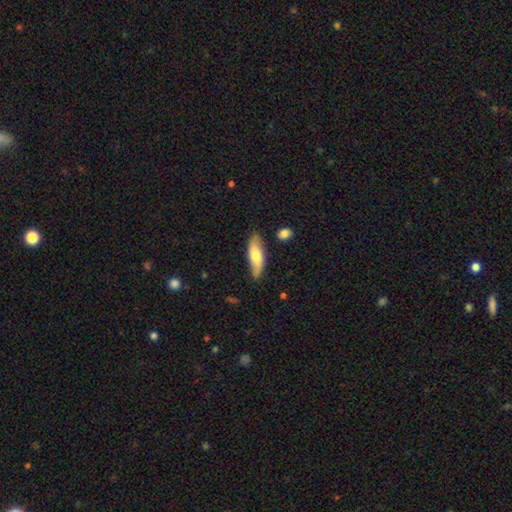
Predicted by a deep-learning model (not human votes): Smooth or featured?
  - smooth: 63% *
  - featured or disk: 31%
  - star or artifact: 6%
How rounded?
  - in between: 57% *
  - cigar-shaped: 40%
  - round: 3%
Merging?
  - none: 80% *
  - minor disturbance: 15%
  - merger: 3%
  - major disturbance: 3%